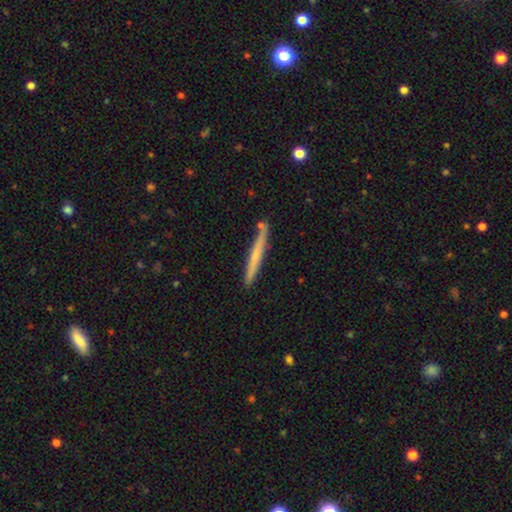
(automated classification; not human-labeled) This is possibly a smooth galaxy (54%). How rounded: clearly cigar-shaped (97%). Merging: clearly none (87%).